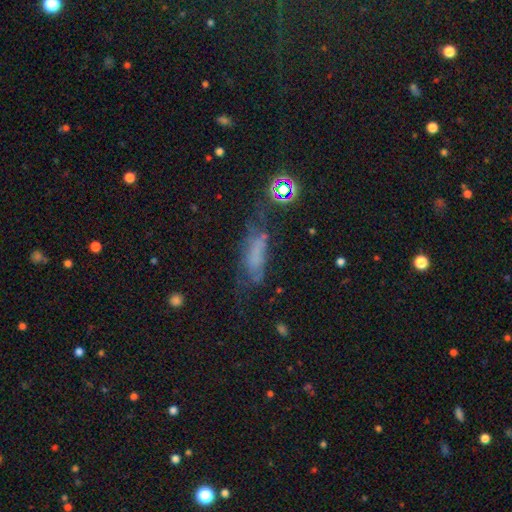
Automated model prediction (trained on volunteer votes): smooth 44%, featured or disk 34%, star or artifact 22%. Down the decision tree: merging — none (40%).